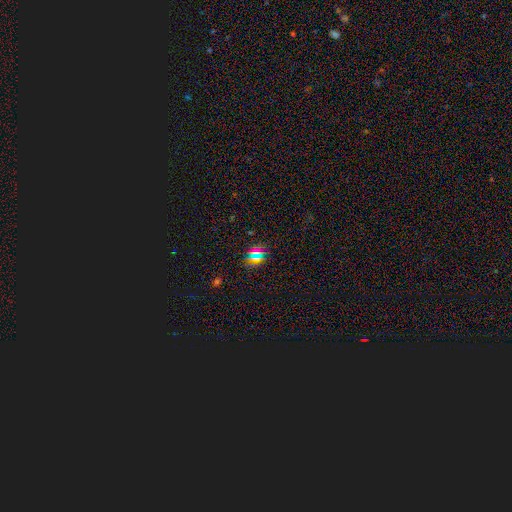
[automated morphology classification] type=star or artifact (53%).